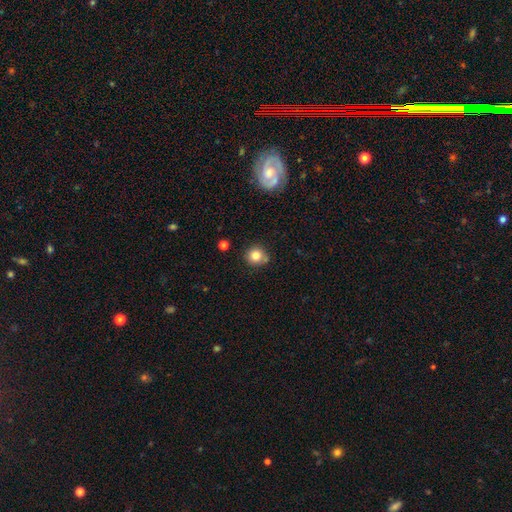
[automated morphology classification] This is clearly a smooth galaxy (81%). How rounded: clearly round (87%). Merging: likely none (74%).